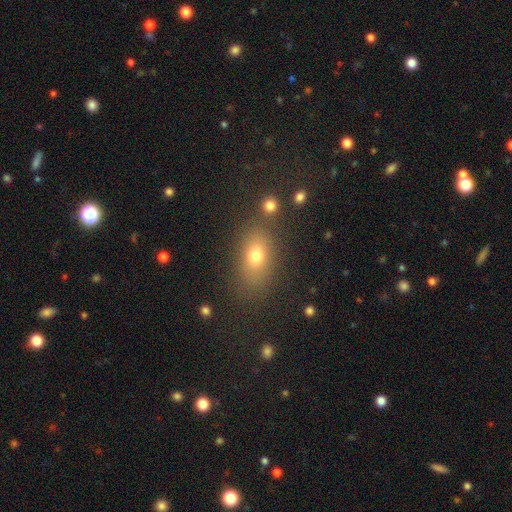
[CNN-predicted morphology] A smooth galaxy with no disk features (71%) that is in between round and cigar-shaped (76%).

Vote fractions:
- Smooth or featured? smooth: 71% / star or artifact: 15% / featured or disk: 14%
- How rounded? in between: 76% / round: 20% / cigar-shaped: 4%
- Merging? none: 77% / minor disturbance: 12% / merger: 5% / major disturbance: 5%